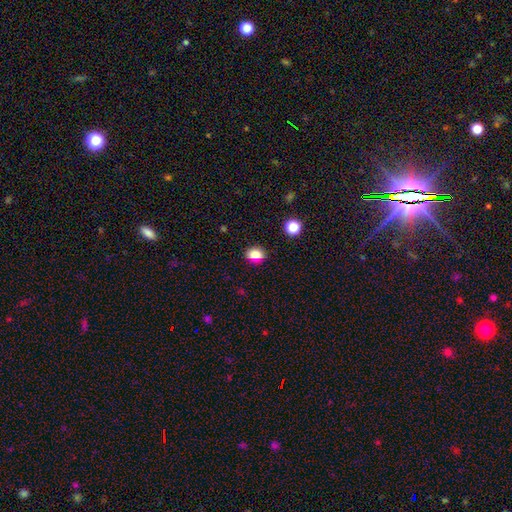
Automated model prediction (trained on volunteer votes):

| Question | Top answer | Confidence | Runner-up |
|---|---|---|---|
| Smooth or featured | smooth | 81% | star or artifact (13%) |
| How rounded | in between | 58% | round (41%) |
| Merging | none | 84% | minor disturbance (10%) |